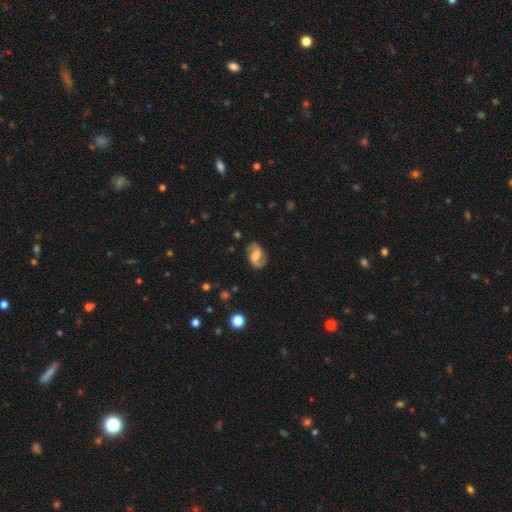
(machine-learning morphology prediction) smooth_or_featured: featured or disk (p=0.78) [alt: smooth p=0.16]
disk_edge_on: no (p=0.97) [alt: yes p=0.03]
bar: weak (p=0.49) [alt: no p=0.33]
has_spiral_arms: yes (p=0.94) [alt: no p=0.06]
spiral_winding: loose (p=0.45) [alt: medium p=0.42]
spiral_arm_count: 2 (p=0.92) [alt: can't tell p=0.03]
bulge_size: moderate (p=0.44) [alt: small p=0.21]
merging: none (p=0.81) [alt: minor disturbance p=0.13]